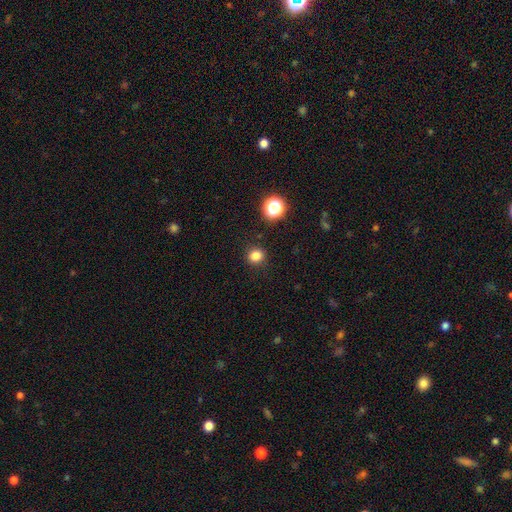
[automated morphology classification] This appears to be a smooth galaxy with no disk features (82%) that is round (85%). Merging: none (89%).